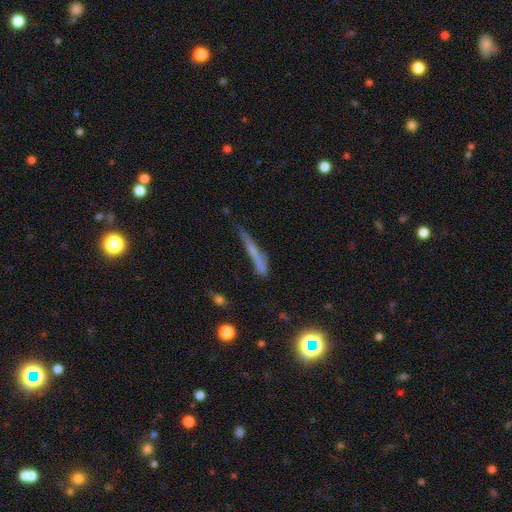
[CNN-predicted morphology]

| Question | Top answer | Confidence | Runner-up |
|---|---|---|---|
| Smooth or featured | smooth | 47% | featured or disk (39%) |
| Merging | none | 57% | minor disturbance (24%) |